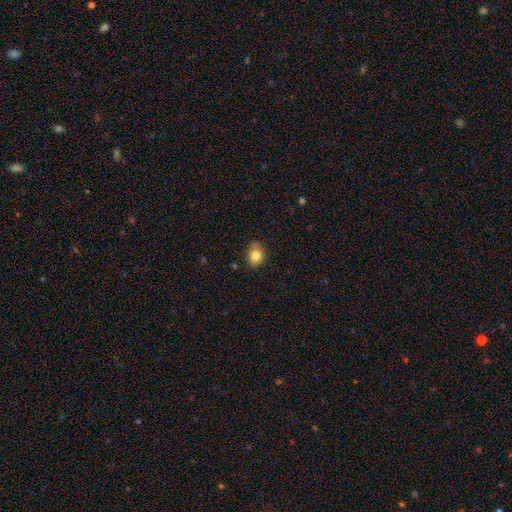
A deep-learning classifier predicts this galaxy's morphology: Q: Smooth or featured?
A: smooth (82%); runner-up: star or artifact (9%)
Q: How rounded?
A: in between (64%); runner-up: round (35%)
Q: Merging?
A: none (74%); runner-up: minor disturbance (21%)